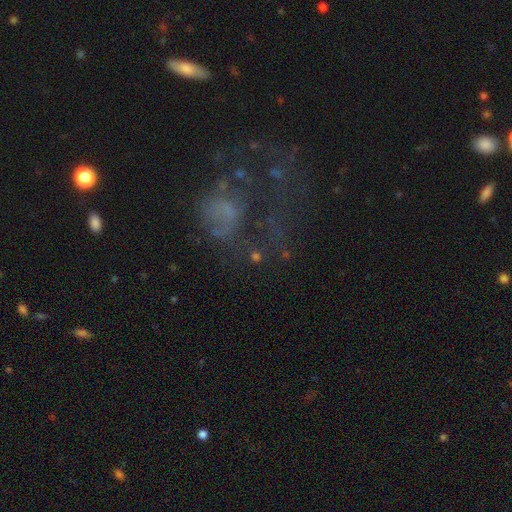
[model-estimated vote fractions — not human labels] smooth-or-featured: smooth: 36% | star or artifact: 33% | featured or disk: 31%
  merging: none: 40% | major disturbance: 33% | minor disturbance: 17% | merger: 10%